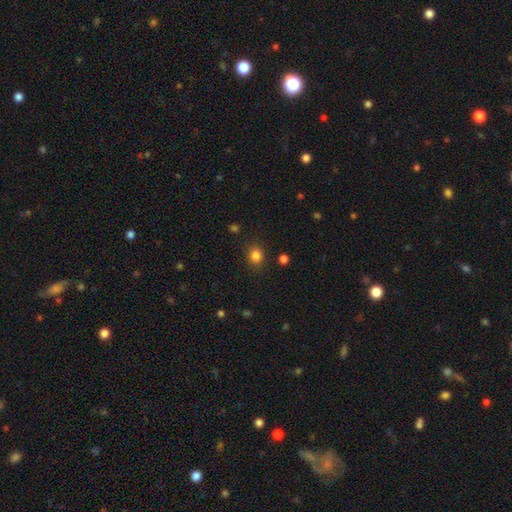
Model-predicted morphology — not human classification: Smooth or featured? smooth (83%)
How rounded? round (69%)
Merging? none (86%)